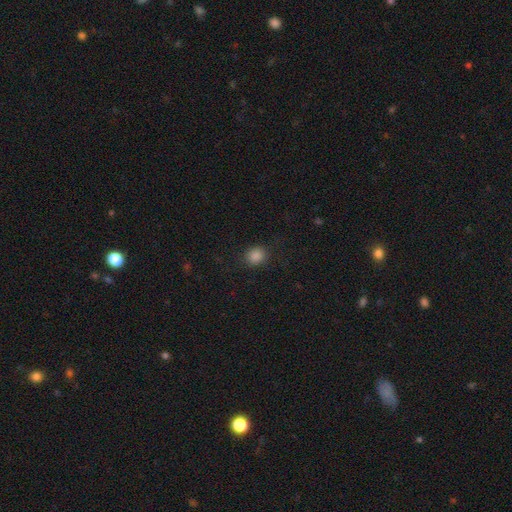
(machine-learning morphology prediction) Smooth or featured? smooth (85%)
How rounded? round (78%)
Merging? none (87%)